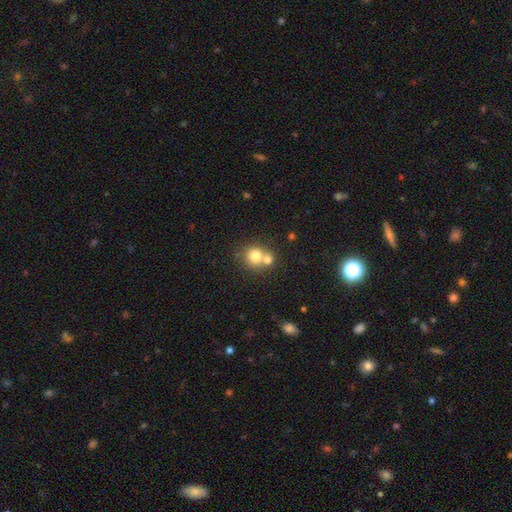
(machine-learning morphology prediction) Overall: smooth (76%). How rounded: round (84%). Merging: merger (48%; none 42%).